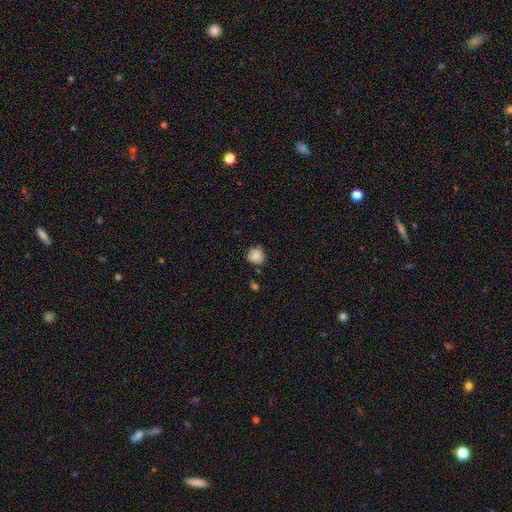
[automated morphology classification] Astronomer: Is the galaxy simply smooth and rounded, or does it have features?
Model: smooth — 82%.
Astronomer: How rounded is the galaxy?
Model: round — 90%.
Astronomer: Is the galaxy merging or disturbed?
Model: none — 77%.